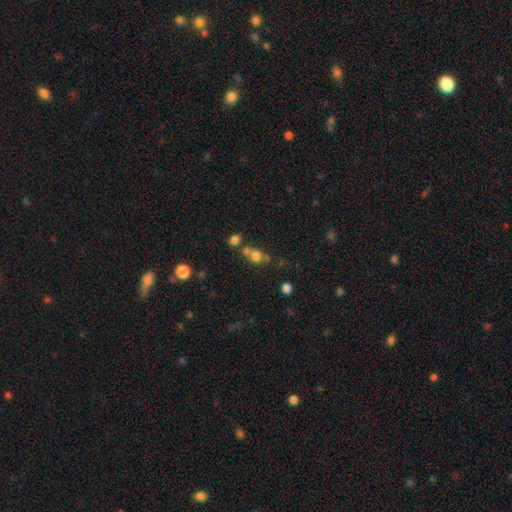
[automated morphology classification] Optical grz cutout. It shows a smooth galaxy with no disk features (70%) that is round (69%). Merging: none (43%).